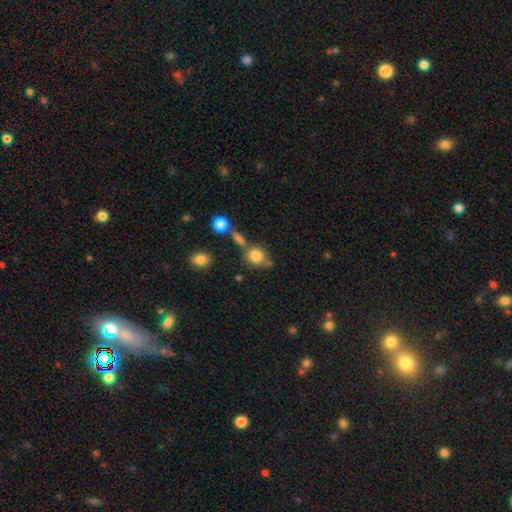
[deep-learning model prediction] smooth 81%, star or artifact 10%, featured or disk 8%. Down the decision tree: how rounded — round (74%); merging — none (56%).